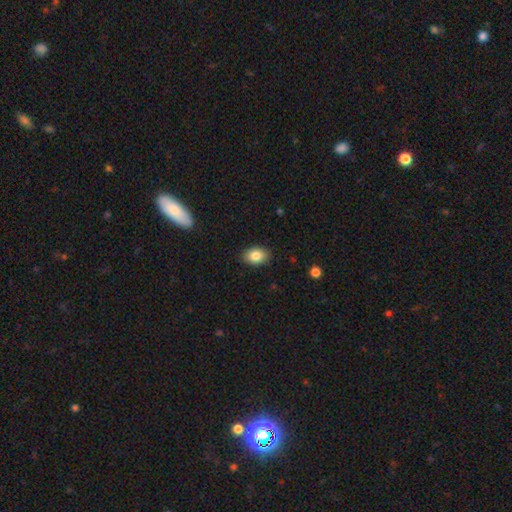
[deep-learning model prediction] Smooth or featured? smooth (84%)
How rounded? in between (82%)
Merging? none (88%)